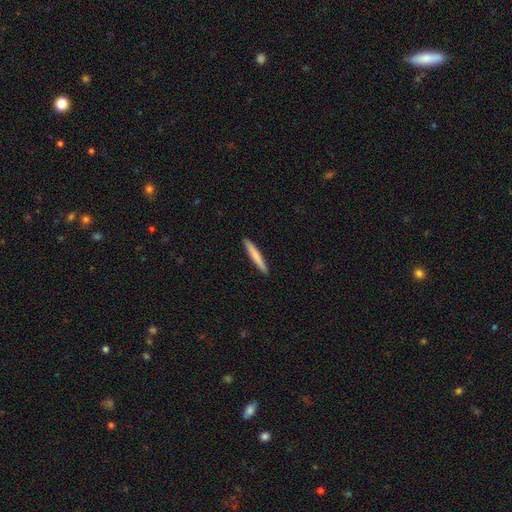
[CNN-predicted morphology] This appears to be a smooth galaxy with no disk features (76%) that is cigar-shaped (96%). Merging: none (93%).